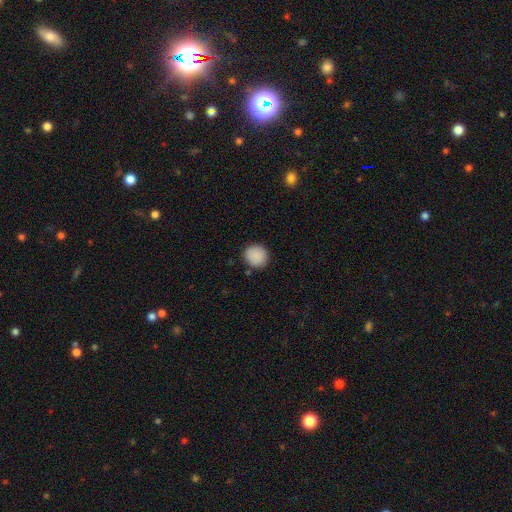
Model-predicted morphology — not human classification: Smooth or featured?
  - smooth: 89% *
  - star or artifact: 8%
  - featured or disk: 3%
How rounded?
  - round: 90% *
  - in between: 10%
  - cigar-shaped: 1%
Merging?
  - none: 88% *
  - minor disturbance: 8%
  - major disturbance: 2%
  - merger: 2%